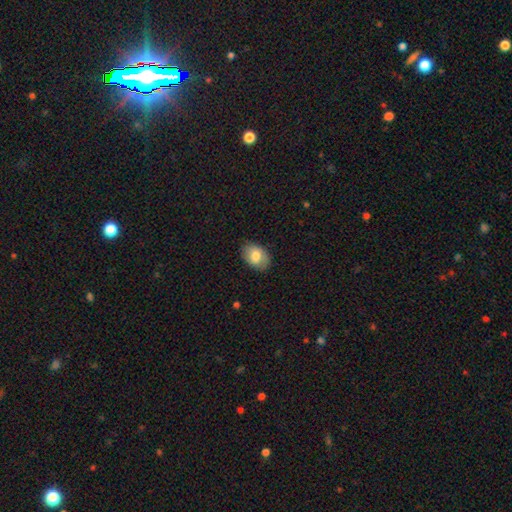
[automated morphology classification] Smooth or featured: smooth — 76% (featured or disk — 17%)
How rounded: in between — 85% (round — 13%)
Merging: none — 84% (minor disturbance — 13%)